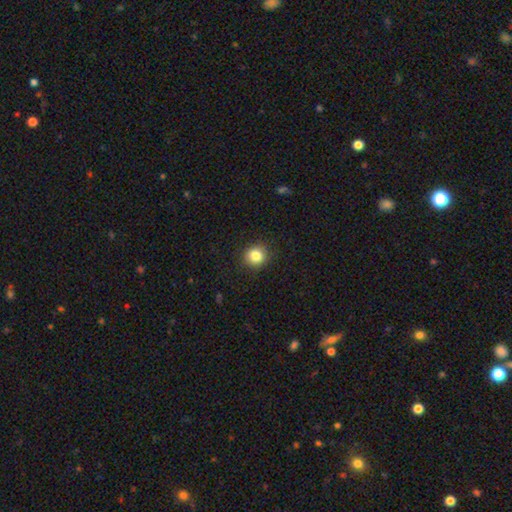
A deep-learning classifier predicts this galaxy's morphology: Q: Smooth or featured?
A: smooth (84%); runner-up: star or artifact (11%)
Q: How rounded?
A: round (87%); runner-up: in between (12%)
Q: Merging?
A: none (90%); runner-up: minor disturbance (7%)